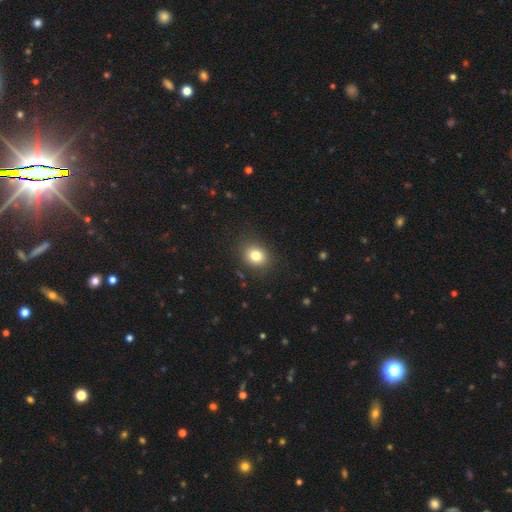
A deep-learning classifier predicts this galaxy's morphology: A smooth galaxy with no disk features (81%) that is round (60%).

Vote fractions:
- Smooth or featured? smooth: 81% / star or artifact: 11% / featured or disk: 8%
- How rounded? round: 60% / in between: 39% / cigar-shaped: 1%
- Merging? none: 87% / minor disturbance: 9% / major disturbance: 3% / merger: 1%